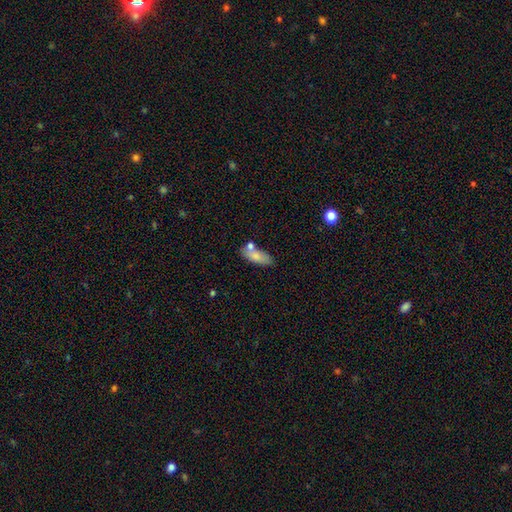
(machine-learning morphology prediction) A smooth galaxy with no disk features (76%) that is in between round and cigar-shaped (76%). Merging: none (59%).